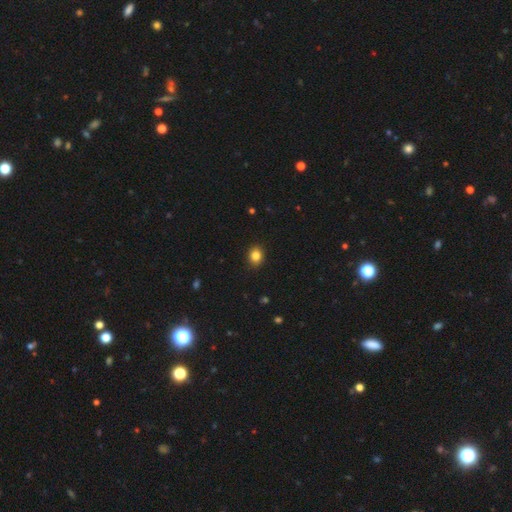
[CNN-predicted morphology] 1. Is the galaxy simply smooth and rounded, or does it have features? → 85% smooth, 11% star or artifact, 5% featured or disk.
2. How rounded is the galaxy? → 61% round, 38% in between, 1% cigar-shaped.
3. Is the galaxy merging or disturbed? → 91% none, 6% minor disturbance, 2% major disturbance, 1% merger.